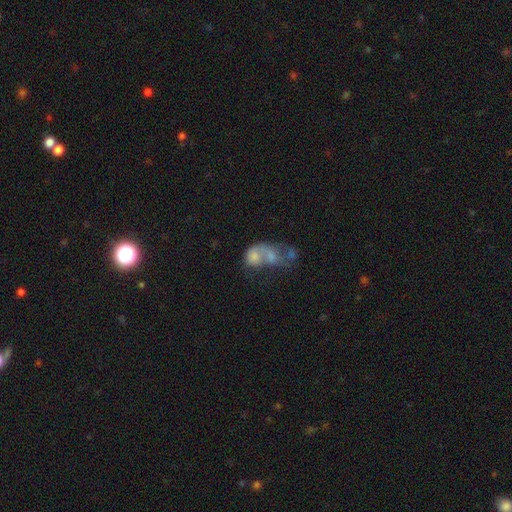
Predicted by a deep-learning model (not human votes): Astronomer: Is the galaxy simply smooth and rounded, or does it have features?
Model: smooth — 60%.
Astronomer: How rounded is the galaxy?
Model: in between — 64%.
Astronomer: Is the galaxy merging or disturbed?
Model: merger — 70%.